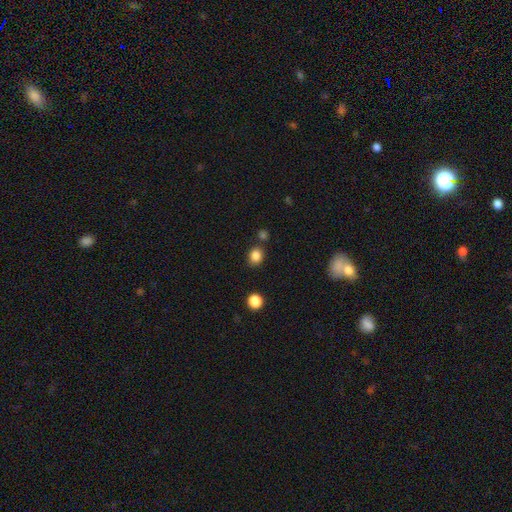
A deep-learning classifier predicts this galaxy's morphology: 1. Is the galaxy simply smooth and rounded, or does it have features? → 84% smooth, 12% star or artifact, 4% featured or disk.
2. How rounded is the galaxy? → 64% round, 35% in between, 1% cigar-shaped.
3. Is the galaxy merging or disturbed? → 79% none, 11% minor disturbance, 7% merger, 3% major disturbance.